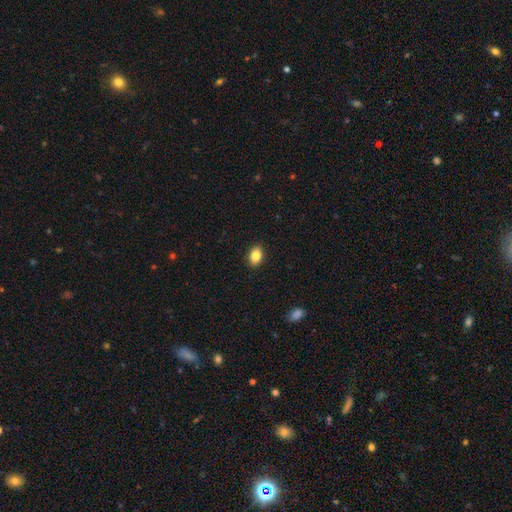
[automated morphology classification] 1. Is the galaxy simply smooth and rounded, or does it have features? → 85% smooth, 9% star or artifact, 6% featured or disk.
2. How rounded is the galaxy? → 83% in between, 16% round, 1% cigar-shaped.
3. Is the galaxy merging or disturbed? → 90% none, 7% minor disturbance, 2% major disturbance, 1% merger.